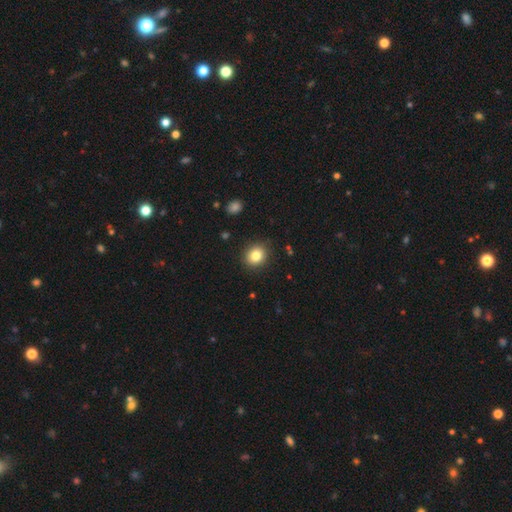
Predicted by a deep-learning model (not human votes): smooth-or-featured: smooth: 83% | star or artifact: 10% | featured or disk: 7%
  how-rounded: round: 75% | in between: 24% | cigar-shaped: 1%
  merging: none: 89% | minor disturbance: 7% | major disturbance: 2% | merger: 1%